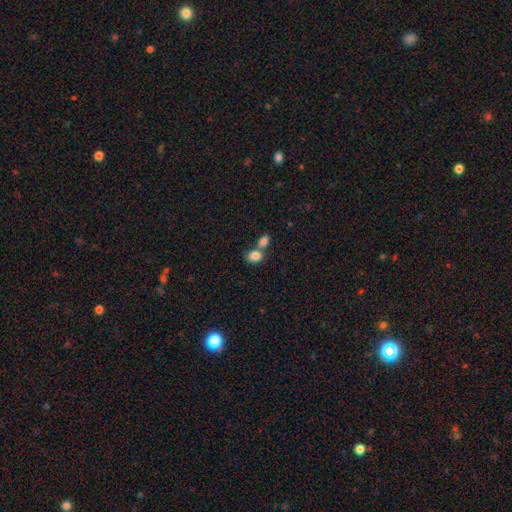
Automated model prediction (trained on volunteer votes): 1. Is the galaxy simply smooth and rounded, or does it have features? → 82% smooth, 9% star or artifact, 9% featured or disk.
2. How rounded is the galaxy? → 69% in between, 30% round, 1% cigar-shaped.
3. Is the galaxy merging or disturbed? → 57% merger, 31% none, 8% minor disturbance, 4% major disturbance.